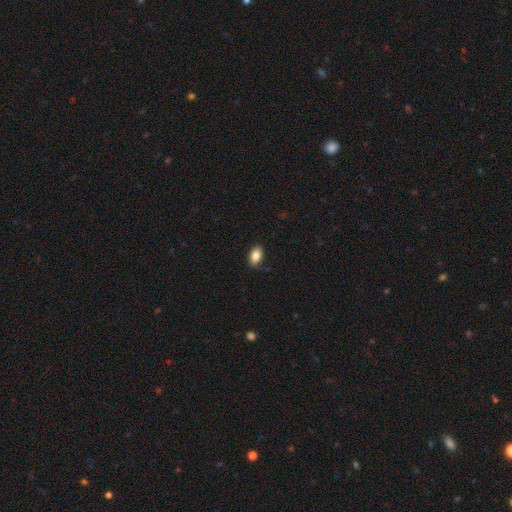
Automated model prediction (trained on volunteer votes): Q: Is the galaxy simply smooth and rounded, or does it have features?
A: smooth — 87%.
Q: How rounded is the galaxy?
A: in between — 90%.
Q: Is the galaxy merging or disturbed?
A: none — 88%.